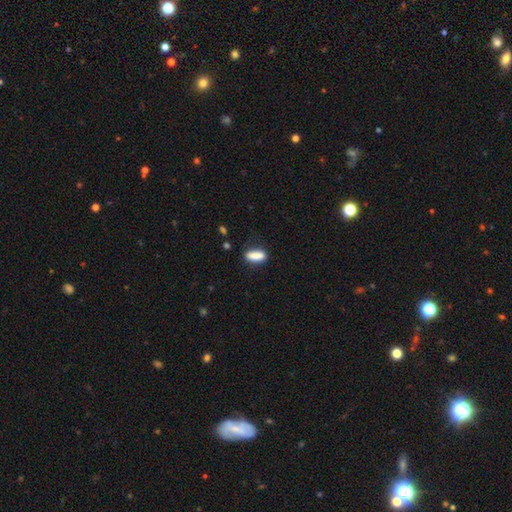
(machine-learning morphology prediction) Overall: smooth (86%). How rounded: in between (66%; cigar-shaped 31%). Merging: none (76%).